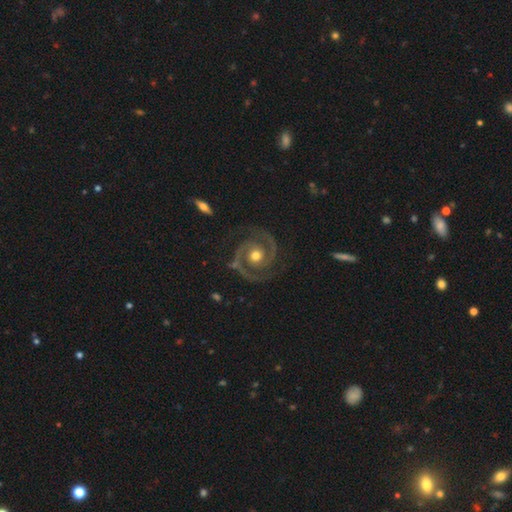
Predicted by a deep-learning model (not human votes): featured or disk 93%, star or artifact 4%, smooth 3%. Down the decision tree: edge-on disk — no (98%); bar — no (71%); spiral arms — yes (98%); spiral arm count — 2 (94%); spiral winding — tight (48%); bulge size — moderate (79%); merging — none (83%).